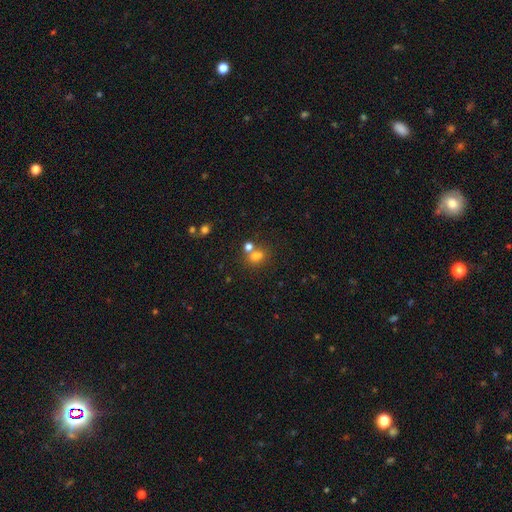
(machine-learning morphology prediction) Overall: smooth (70%). How rounded: round (52%; in between 47%). Merging: none (46%; merger 39%).